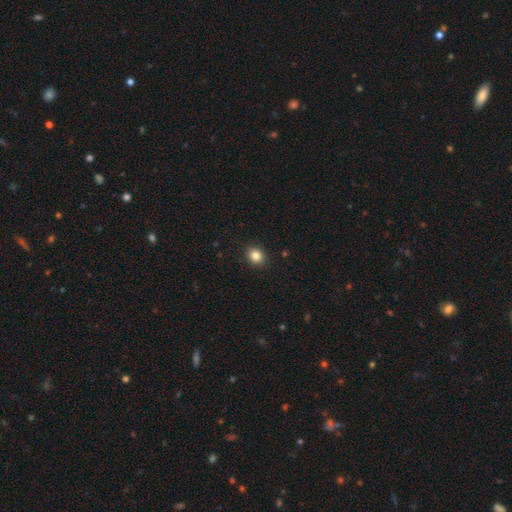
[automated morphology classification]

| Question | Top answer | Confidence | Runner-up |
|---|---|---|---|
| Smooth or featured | smooth | 84% | star or artifact (11%) |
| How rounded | round | 67% | in between (32%) |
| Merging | none | 91% | minor disturbance (6%) |